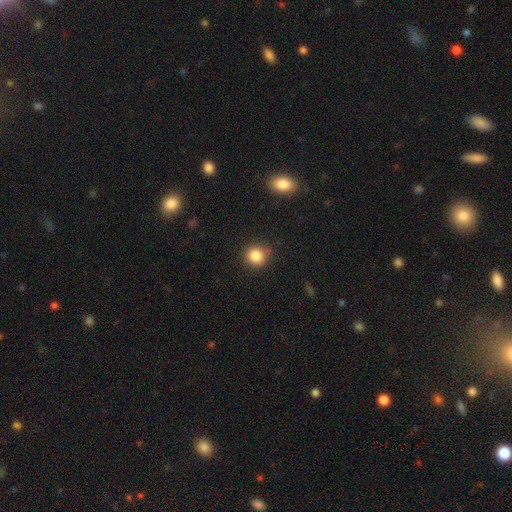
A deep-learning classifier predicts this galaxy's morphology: smooth-or-featured: smooth: 85% | star or artifact: 11% | featured or disk: 5%
  how-rounded: round: 88% | in between: 11% | cigar-shaped: 1%
  merging: none: 80% | minor disturbance: 15% | major disturbance: 3% | merger: 2%